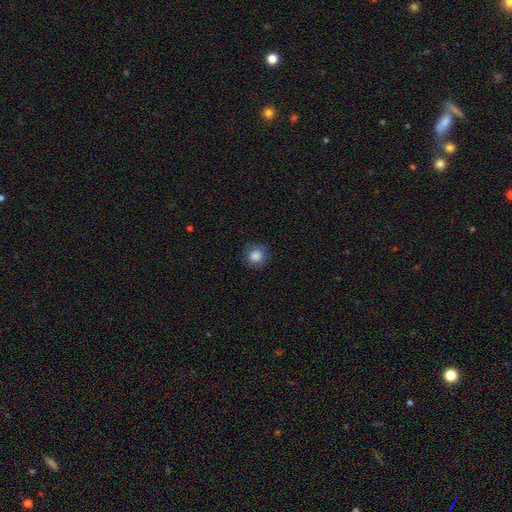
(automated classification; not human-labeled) smooth_or_featured: smooth (p=0.84) [alt: star or artifact p=0.10]
how_rounded: round (p=0.90) [alt: in between p=0.09]
merging: none (p=0.82) [alt: minor disturbance p=0.13]